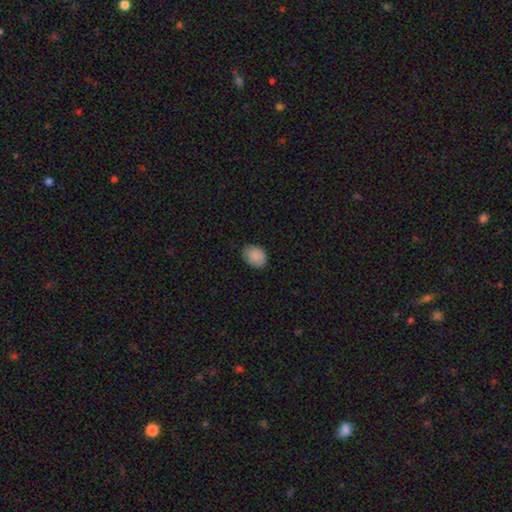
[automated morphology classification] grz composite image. It shows a smooth galaxy with no disk features (88%) that is in between round and cigar-shaped (60%). Merging: none (76%).